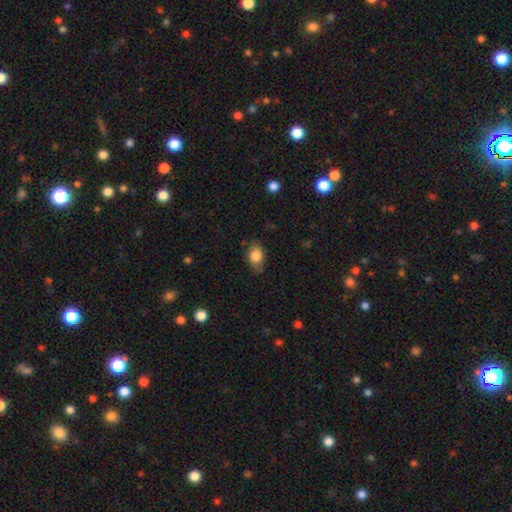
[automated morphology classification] smooth 82%, featured or disk 10%, star or artifact 8%. Down the decision tree: how rounded — in between (82%); merging — none (72%).